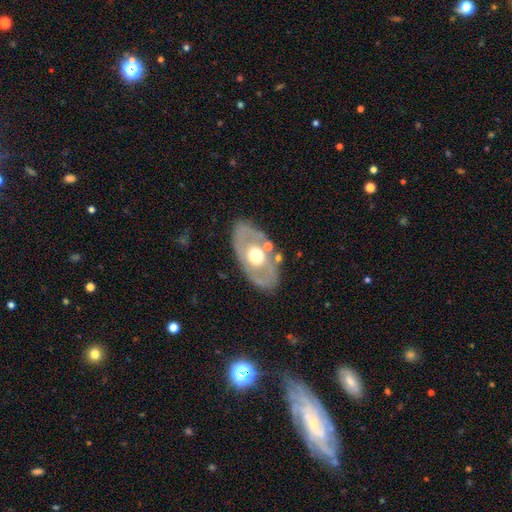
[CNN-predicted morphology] smooth-or-featured: featured or disk: 61% | smooth: 34% | star or artifact: 5%
  disk-edge-on: no: 88% | yes: 12%
    bar: no: 89% | weak: 8% | strong: 3%
    has-spiral-arms: no: 84% | yes: 16%
    bulge-size: moderate: 68% | large: 23% | small: 6% | dominant: 2% | none: 1%
  merging: none: 77% | minor disturbance: 13% | major disturbance: 5% | merger: 5%